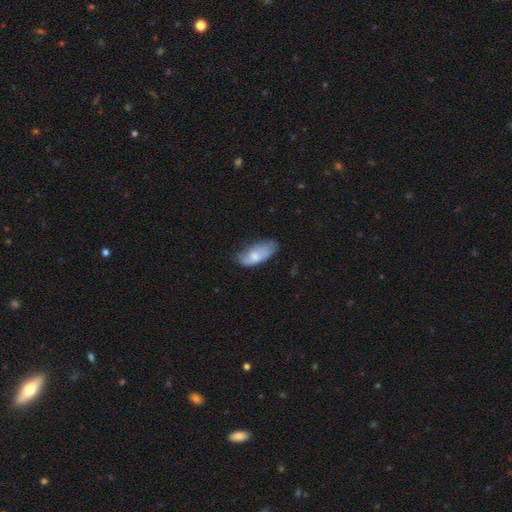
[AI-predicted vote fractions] Smooth or featured: smooth — 69% (featured or disk — 23%)
How rounded: in between — 88% (cigar-shaped — 9%)
Merging: none — 41% (minor disturbance — 38%)